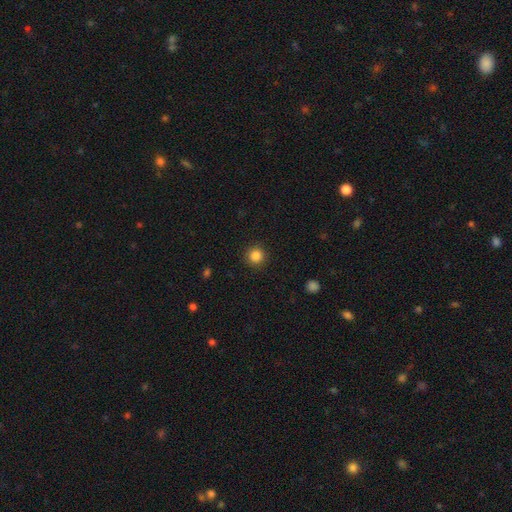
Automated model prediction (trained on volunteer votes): Smooth or featured: smooth — 85% (star or artifact — 11%)
How rounded: round — 95% (in between — 4%)
Merging: none — 92% (minor disturbance — 5%)